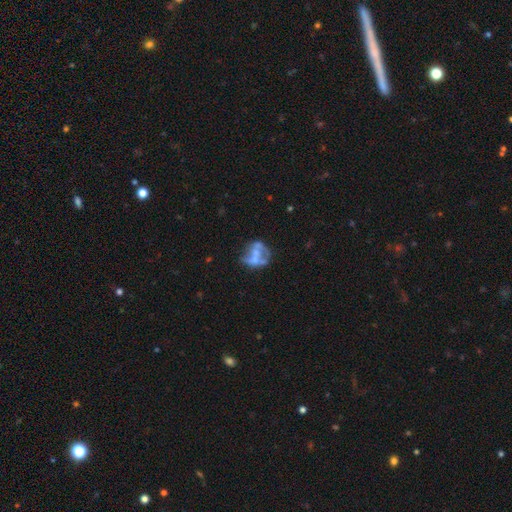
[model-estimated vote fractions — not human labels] smooth-or-featured: featured or disk: 59% | smooth: 30% | star or artifact: 11%
  disk-edge-on: no: 97% | yes: 3%
    bar: no: 83% | weak: 12% | strong: 5%
    has-spiral-arms: no: 85% | yes: 15%
    bulge-size: none: 46% | small: 25% | moderate: 24% | large: 4% | dominant: 2%
  merging: none: 33% | major disturbance: 26% | merger: 23% | minor disturbance: 18%